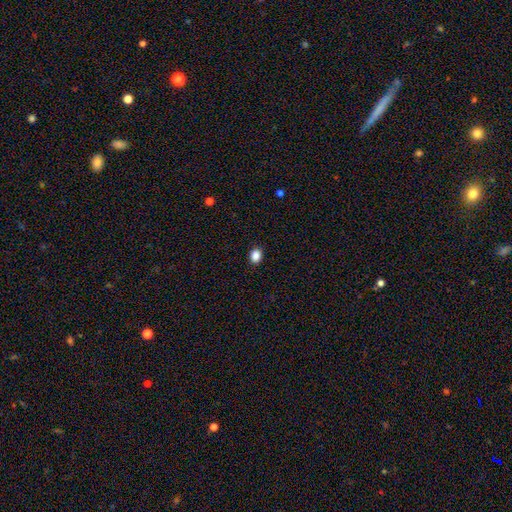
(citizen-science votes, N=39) Morphology: type=smooth (92%); roundness=in between (53%); merging=none (89%).